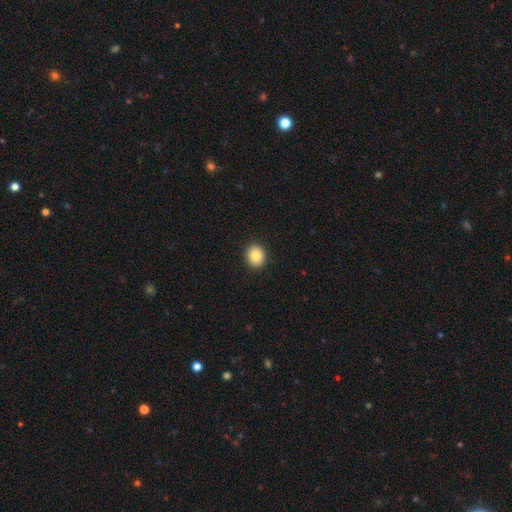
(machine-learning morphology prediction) Smooth or featured? smooth (84%)
How rounded? round (75%)
Merging? none (92%)